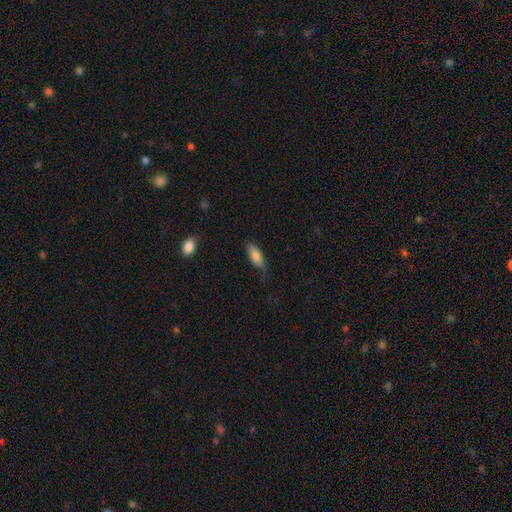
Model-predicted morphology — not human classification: Smooth or featured? smooth (82%)
How rounded? in between (77%)
Merging? none (76%)